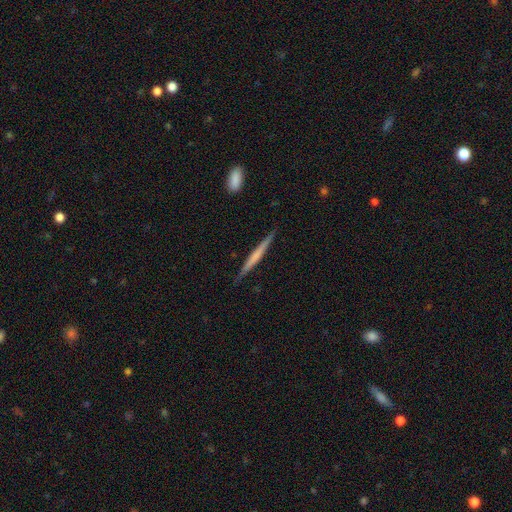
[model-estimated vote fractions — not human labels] Smooth or featured: featured or disk — 53% (smooth — 42%)
Edge-on disk: yes — 98% (no — 2%)
Edge-on bulge: none — 67% (rounded — 21%)
Merging: none — 89% (minor disturbance — 8%)